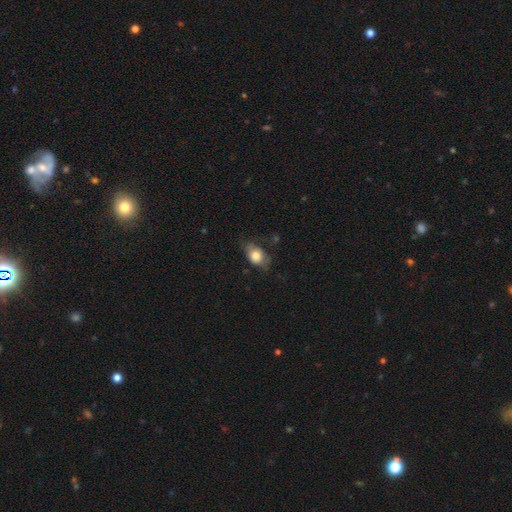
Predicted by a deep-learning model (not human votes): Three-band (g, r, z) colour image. It shows a smooth galaxy with no disk features (75%) that is in between round and cigar-shaped (73%). Merging: none (53%).